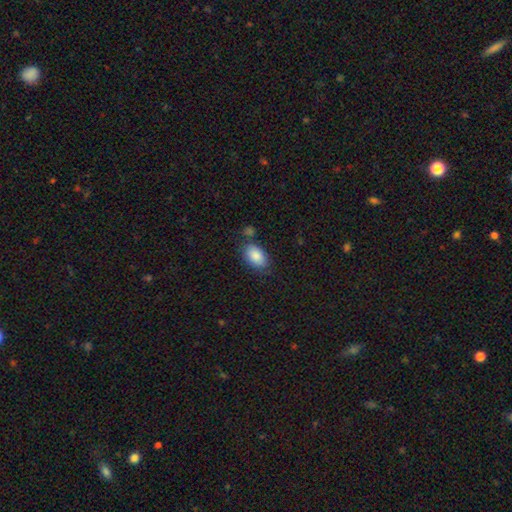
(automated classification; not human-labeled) smooth_or_featured: smooth (p=0.87) [alt: star or artifact p=0.07]
how_rounded: in between (p=0.91) [alt: round p=0.08]
merging: none (p=0.71) [alt: minor disturbance p=0.18]